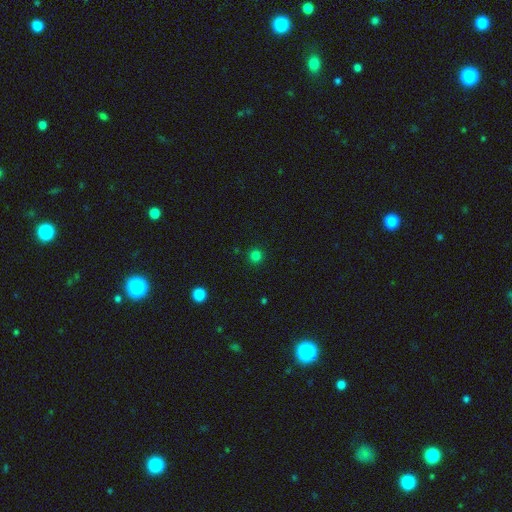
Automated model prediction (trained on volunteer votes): Smooth or featured? Predicted: smooth (p=0.80). How rounded? Predicted: round (p=0.95). Merging? Predicted: none (p=0.92).